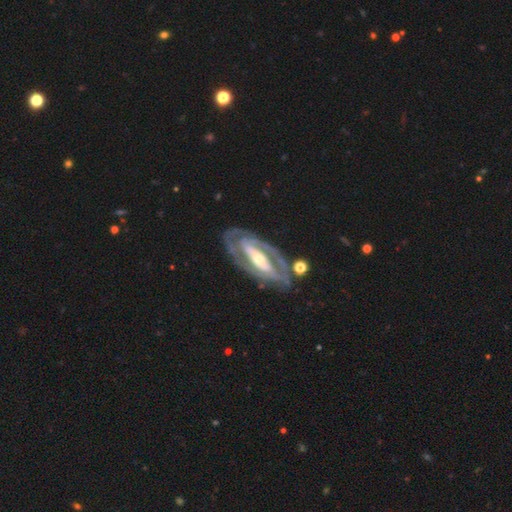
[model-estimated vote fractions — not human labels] A featured or disk galaxy (86%) with a strong bar (50%), 2 (66%) tight (60%) spiral arms (84%) and a moderate central bulge (49%). Merging: none (76%).